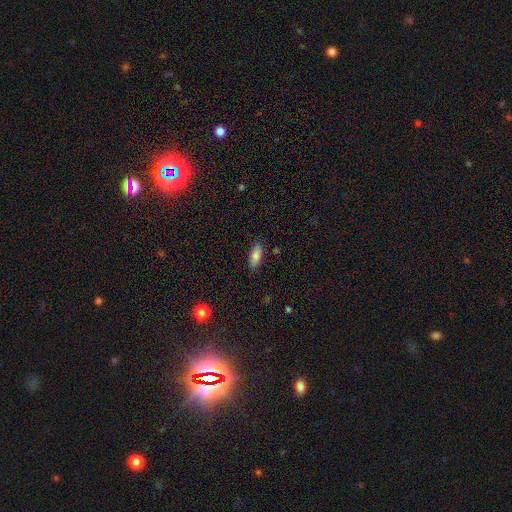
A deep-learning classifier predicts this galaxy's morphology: Smooth or featured?
  - smooth: 80% *
  - featured or disk: 12%
  - star or artifact: 8%
How rounded?
  - in between: 80% *
  - cigar-shaped: 18%
  - round: 2%
Merging?
  - none: 85% *
  - minor disturbance: 11%
  - major disturbance: 2%
  - merger: 1%